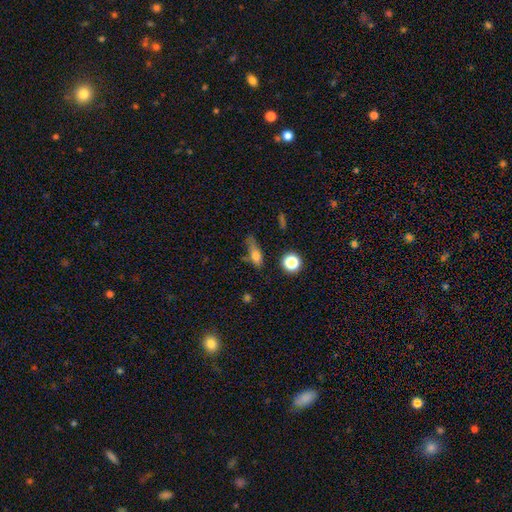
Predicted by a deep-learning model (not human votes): Overall: smooth (70%). How rounded: in between (50%; cigar-shaped 35%). Merging: none (47%; minor disturbance 31%).